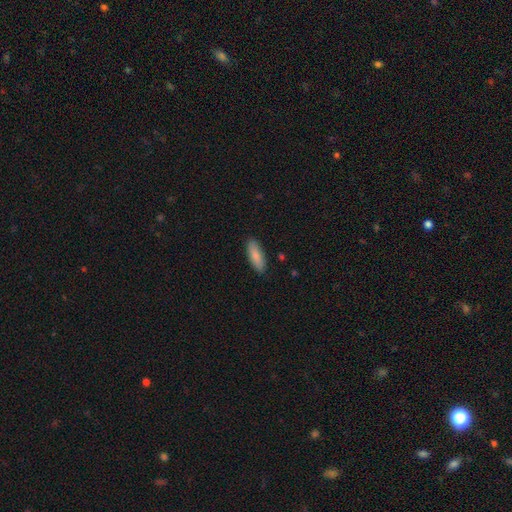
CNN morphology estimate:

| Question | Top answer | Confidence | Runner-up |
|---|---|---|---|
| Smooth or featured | smooth | 85% | featured or disk (9%) |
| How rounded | in between | 60% | cigar-shaped (38%) |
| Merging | none | 89% | minor disturbance (9%) |